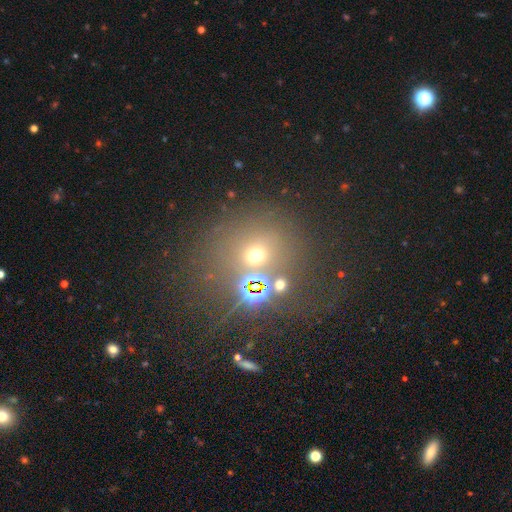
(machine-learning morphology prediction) Smooth or featured? smooth (54%)
How rounded? round (76%)
Merging? none (68%)